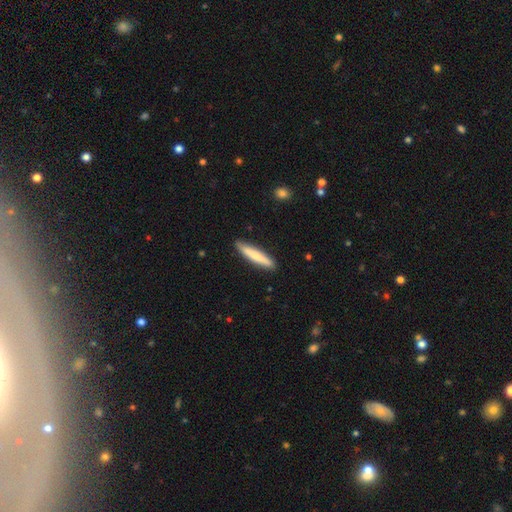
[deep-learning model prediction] Smooth or featured? smooth (70%)
How rounded? cigar-shaped (91%)
Merging? none (89%)